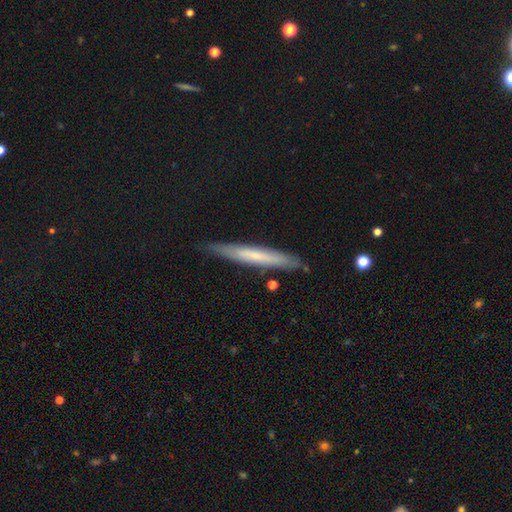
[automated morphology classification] The model was most divided on "smooth or featured": smooth: 55%, featured or disk: 39%, star or artifact: 6%. More confident: how rounded — cigar-shaped (96%); merging — none (85%).